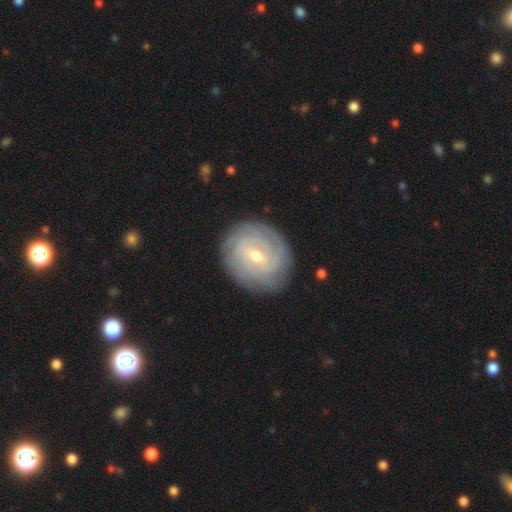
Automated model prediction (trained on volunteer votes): Smooth or featured?
  - featured or disk: 80% *
  - smooth: 14%
  - star or artifact: 6%
Edge-on disk?
  - no: 97% *
  - yes: 3%
Bar?
  - weak: 60% *
  - no: 21%
  - strong: 20%
Spiral arms?
  - yes: 94% *
  - no: 6%
Spiral winding?
  - tight: 80% *
  - medium: 16%
  - loose: 4%
Spiral arm count?
  - can't tell: 38% *
  - 4: 17%
  - 2: 16%
  - 3: 16%
  - more than 4: 7%
  - 1: 6%
Bulge size?
  - moderate: 48% * (tied)
  - small: 48% * (tied)
  - large: 2%
  - none: 1%
  - dominant: 1%
Merging?
  - none: 85% *
  - minor disturbance: 11%
  - major disturbance: 3%
  - merger: 1%